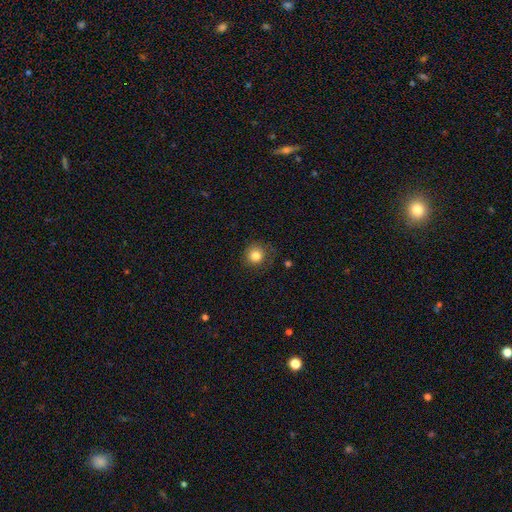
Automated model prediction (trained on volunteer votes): Smooth or featured? smooth (82%)
How rounded? round (91%)
Merging? none (77%)